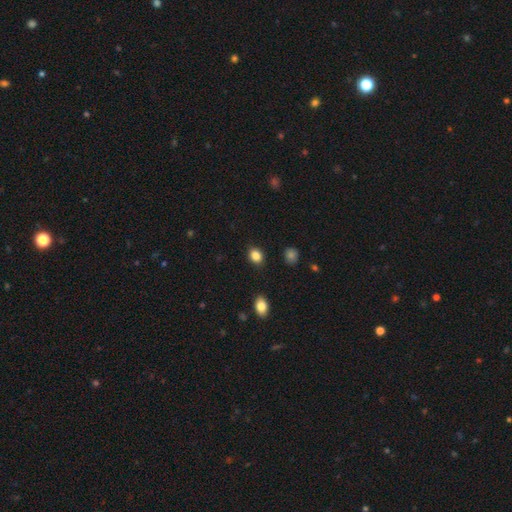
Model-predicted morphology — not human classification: smooth-or-featured: smooth: 85% | star or artifact: 10% | featured or disk: 5%
  how-rounded: in between: 56% | round: 42% | cigar-shaped: 1%
  merging: none: 87% | minor disturbance: 9% | major disturbance: 2% | merger: 2%